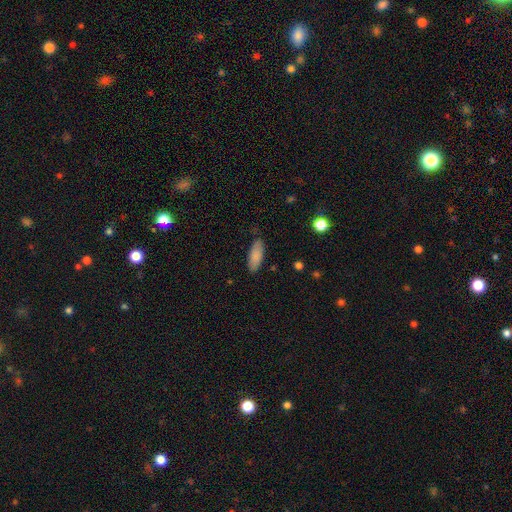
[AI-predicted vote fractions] A smooth galaxy with no disk features (86%) that is in between round and cigar-shaped (71%). Merging: none (84%).